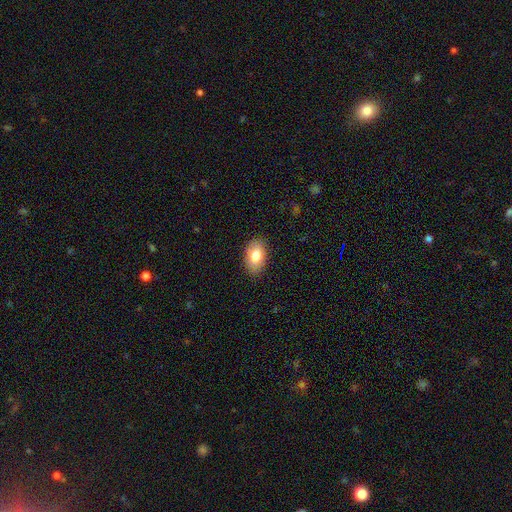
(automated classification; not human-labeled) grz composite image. It shows a smooth galaxy with no disk features (82%) that is in between round and cigar-shaped (92%). Merging: none (87%).